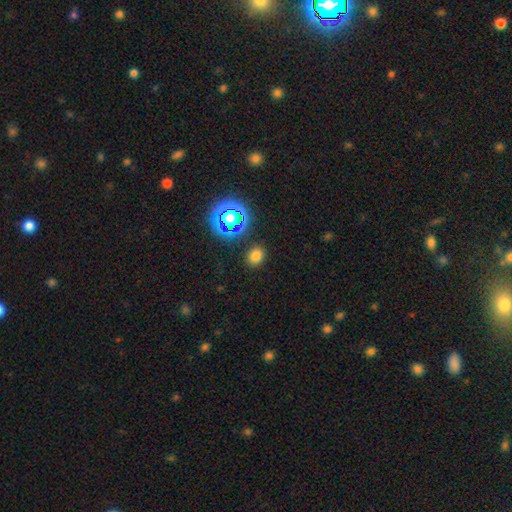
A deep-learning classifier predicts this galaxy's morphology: Smooth or featured? smooth (71%)
How rounded? round (55%)
Merging? none (86%)